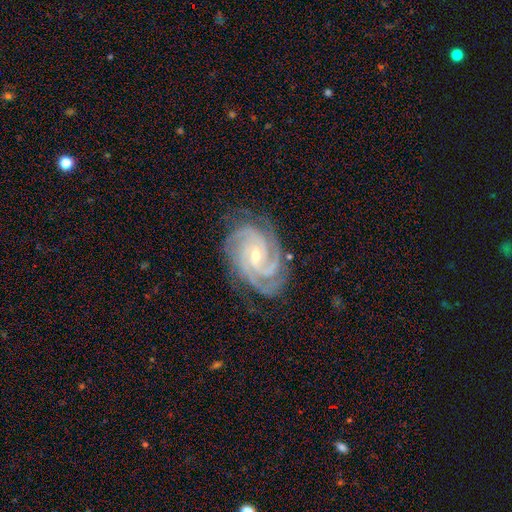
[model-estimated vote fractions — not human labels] Smooth or featured: featured or disk — 93% (star or artifact — 4%)
Edge-on disk: no — 98% (yes — 2%)
Bar: no — 51% (weak — 35%)
Spiral arms: yes — 99% (no — 1%)
Spiral winding: tight — 73% (medium — 25%)
Spiral arm count: 3 — 43% (4 — 27%)
Bulge size: small — 66% (moderate — 32%)
Merging: none — 79% (minor disturbance — 15%)